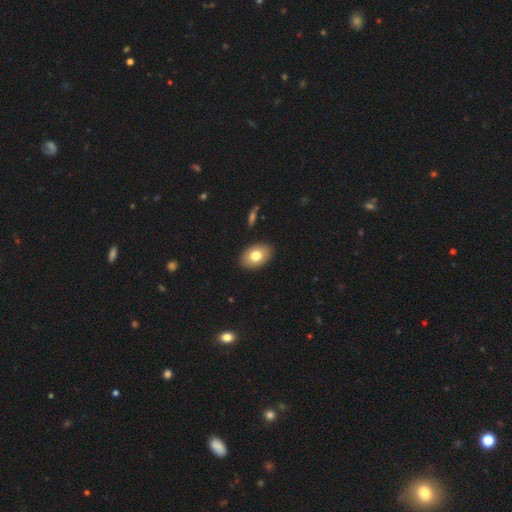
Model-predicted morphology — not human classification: type=smooth (77%); roundness=in between (85%); merging=none (89%).